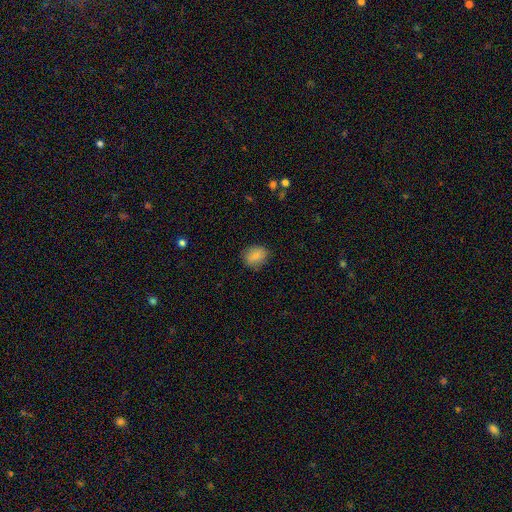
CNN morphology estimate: Smooth or featured?
  - smooth: 82% *
  - featured or disk: 9%
  - star or artifact: 9%
How rounded?
  - in between: 52% *
  - round: 46%
  - cigar-shaped: 2%
Merging?
  - none: 83% *
  - minor disturbance: 13%
  - major disturbance: 3%
  - merger: 1%